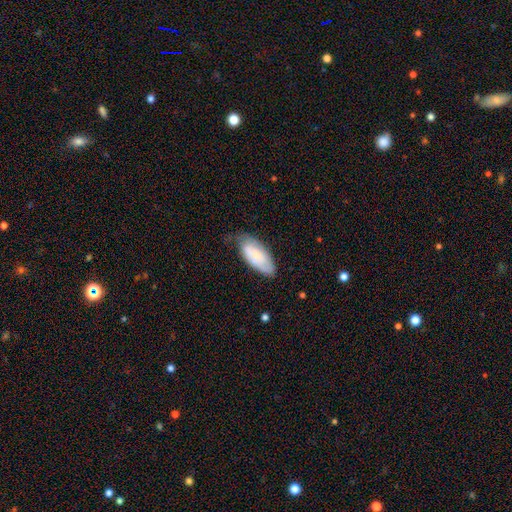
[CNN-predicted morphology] type=smooth (65%); roundness=in between (88%); merging=none (53%).